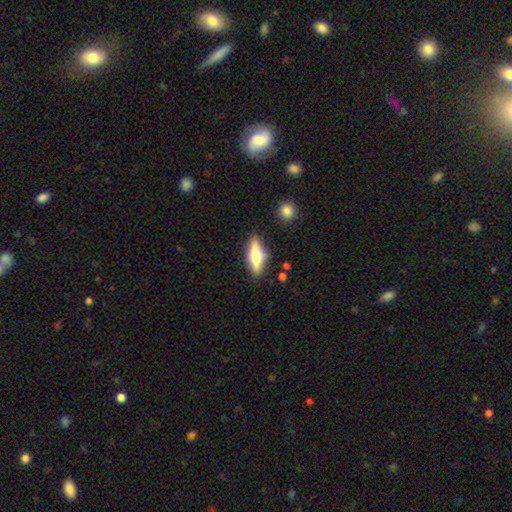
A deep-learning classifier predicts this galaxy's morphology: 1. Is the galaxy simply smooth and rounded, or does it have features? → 51% smooth, 42% featured or disk, 6% star or artifact.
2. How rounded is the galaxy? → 51% in between, 46% cigar-shaped, 3% round.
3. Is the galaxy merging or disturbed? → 83% none, 11% minor disturbance, 3% merger, 3% major disturbance.